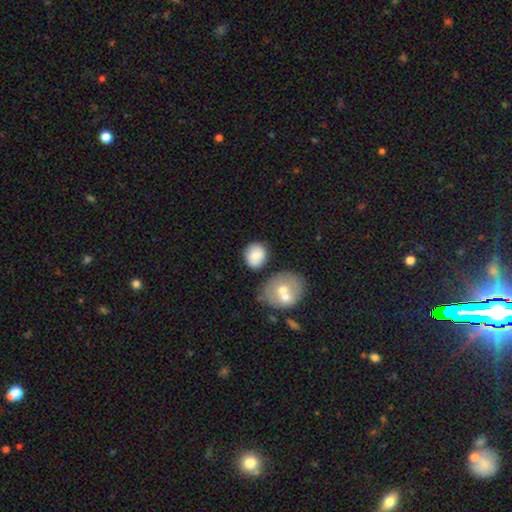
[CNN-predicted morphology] smooth_or_featured: smooth (p=0.78) [alt: featured or disk p=0.14]
how_rounded: round (p=0.72) [alt: in between p=0.27]
merging: none (p=0.71) [alt: minor disturbance p=0.14]